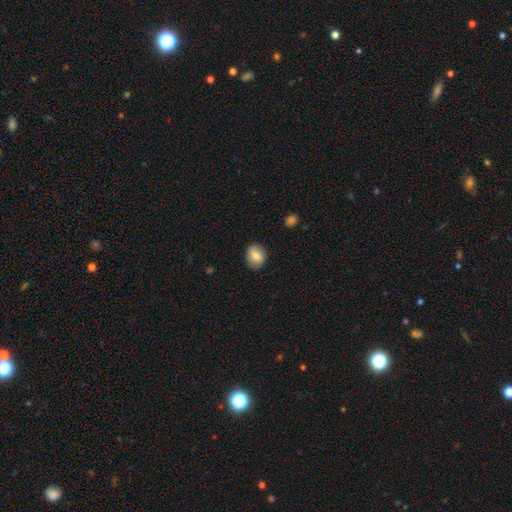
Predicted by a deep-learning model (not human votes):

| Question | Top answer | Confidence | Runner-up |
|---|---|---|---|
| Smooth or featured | smooth | 70% | featured or disk (22%) |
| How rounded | in between | 56% | round (43%) |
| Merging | none | 81% | minor disturbance (15%) |